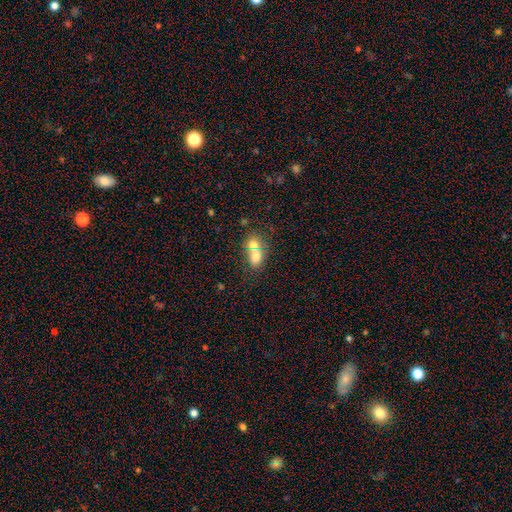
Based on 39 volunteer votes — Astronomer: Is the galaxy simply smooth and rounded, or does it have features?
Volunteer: smooth — 72%.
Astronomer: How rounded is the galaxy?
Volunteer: in between — 61% (runner-up: round, 39%).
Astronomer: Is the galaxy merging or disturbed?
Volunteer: merger — 66%.